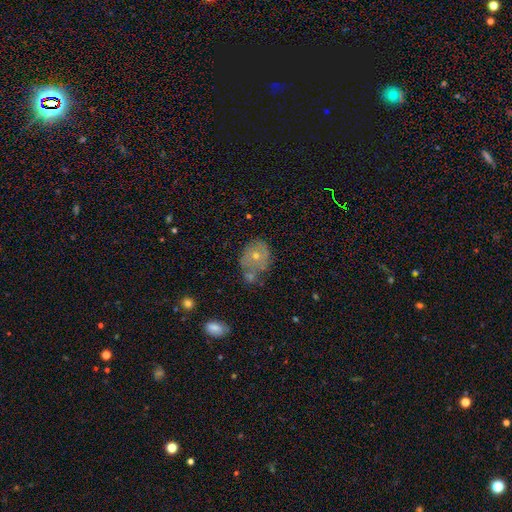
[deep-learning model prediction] The model was most divided on "smooth or featured": smooth: 49%, featured or disk: 40%, star or artifact: 11%. Remaining: merging — none (42%).